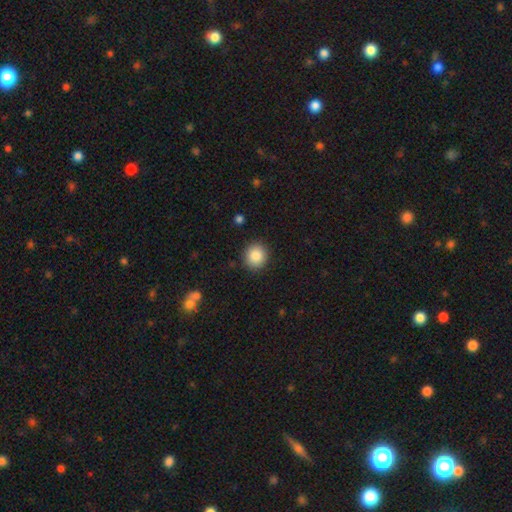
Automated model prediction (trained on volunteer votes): smooth_or_featured: smooth (p=0.86) [alt: star or artifact p=0.09]
how_rounded: round (p=0.84) [alt: in between p=0.15]
merging: none (p=0.90) [alt: minor disturbance p=0.07]